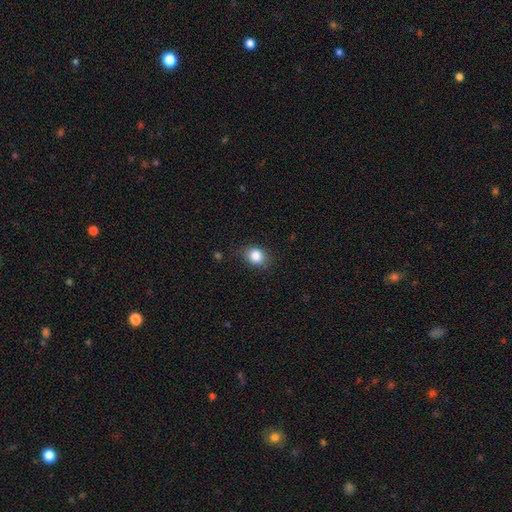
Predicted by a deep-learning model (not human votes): A smooth galaxy with no disk features (85%) that is round (54%).

Vote fractions:
- Smooth or featured? smooth: 85% / star or artifact: 10% / featured or disk: 5%
- How rounded? round: 54% / in between: 45% / cigar-shaped: 1%
- Merging? none: 80% / minor disturbance: 15% / major disturbance: 4% / merger: 1%